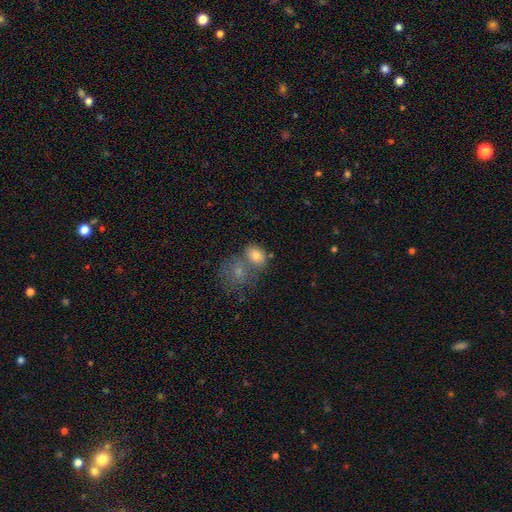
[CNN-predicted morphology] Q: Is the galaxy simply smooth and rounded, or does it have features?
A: smooth — 79%.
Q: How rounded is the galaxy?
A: in between — 73%.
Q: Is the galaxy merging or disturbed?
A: merger — 45%.